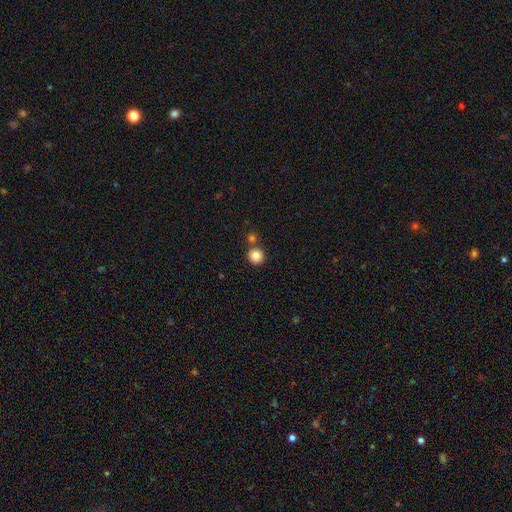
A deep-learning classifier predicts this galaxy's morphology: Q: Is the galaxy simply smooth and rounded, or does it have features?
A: smooth — 83%.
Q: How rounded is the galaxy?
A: round — 95%.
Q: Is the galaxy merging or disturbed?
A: none — 78%.